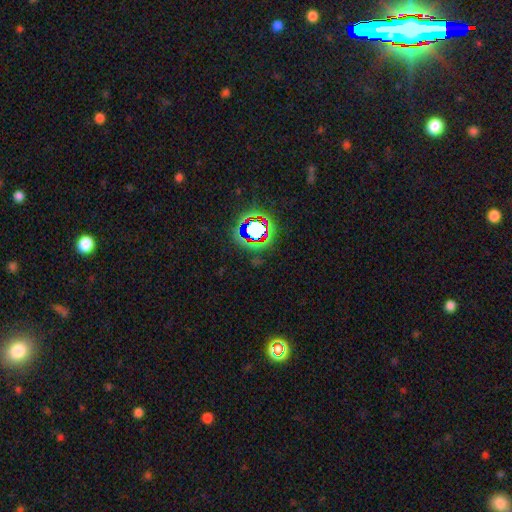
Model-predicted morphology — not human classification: The model was most divided on "smooth or featured": star or artifact: 76%, smooth: 14%, featured or disk: 10%.